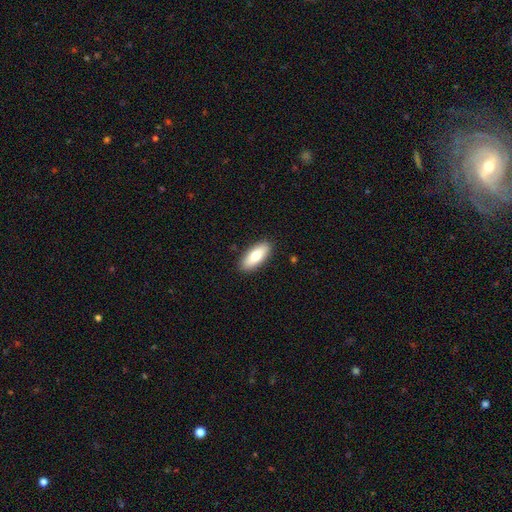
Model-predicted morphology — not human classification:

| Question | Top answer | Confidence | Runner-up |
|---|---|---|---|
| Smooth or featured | smooth | 78% | featured or disk (16%) |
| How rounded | in between | 80% | cigar-shaped (17%) |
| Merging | none | 89% | minor disturbance (8%) |